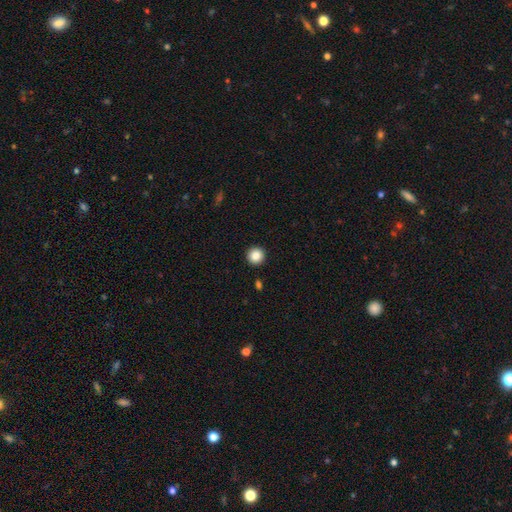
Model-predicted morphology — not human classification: This appears to be a smooth galaxy with no disk features (86%) that is round (96%). Merging: none (93%).